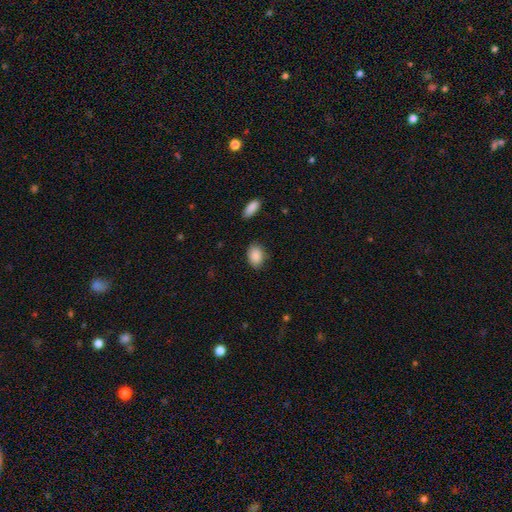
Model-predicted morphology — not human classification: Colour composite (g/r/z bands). It shows a smooth galaxy with no disk features (89%) that is in between round and cigar-shaped (84%). Merging: none (81%).